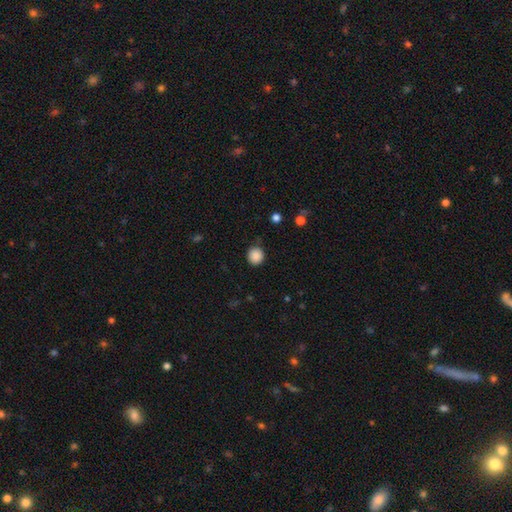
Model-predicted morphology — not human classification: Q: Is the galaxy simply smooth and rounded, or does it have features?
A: smooth — 87%.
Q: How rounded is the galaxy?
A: round — 92%.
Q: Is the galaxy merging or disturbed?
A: none — 85%.